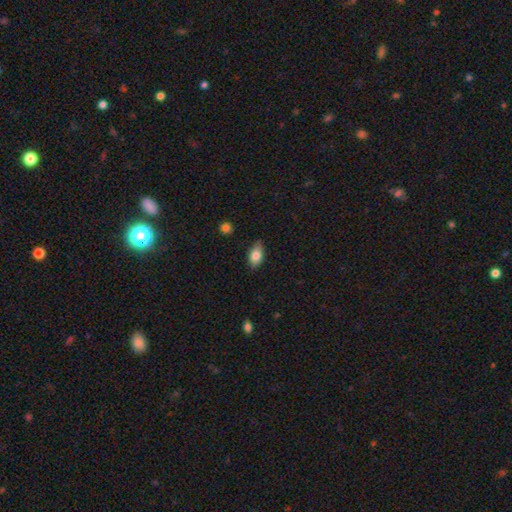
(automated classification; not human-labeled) Q: Smooth or featured?
A: smooth (79%); runner-up: featured or disk (14%)
Q: How rounded?
A: in between (88%); runner-up: round (7%)
Q: Merging?
A: none (78%); runner-up: minor disturbance (18%)